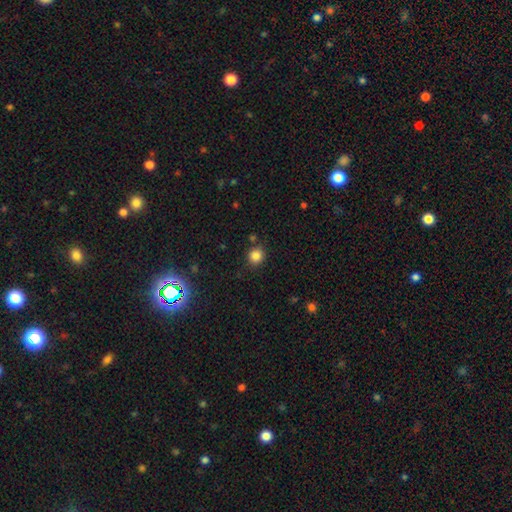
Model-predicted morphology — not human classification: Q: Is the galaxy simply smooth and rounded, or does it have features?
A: smooth — 84%.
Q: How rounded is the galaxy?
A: round — 88%.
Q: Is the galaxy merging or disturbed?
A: none — 84%.